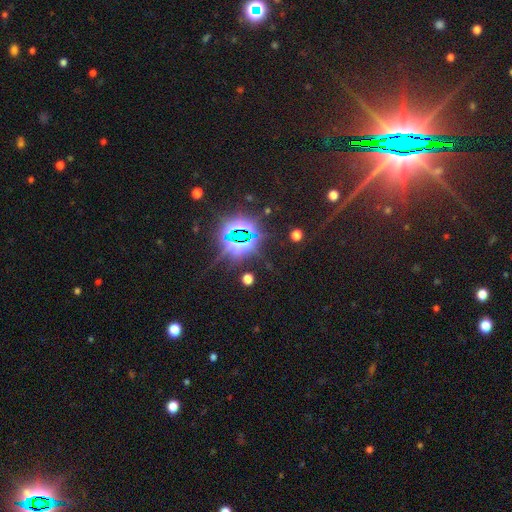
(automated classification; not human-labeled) smooth_or_featured: star or artifact (p=0.77) [alt: featured or disk p=0.14]